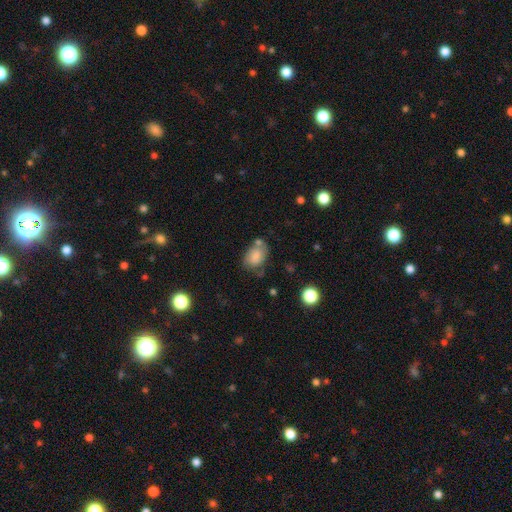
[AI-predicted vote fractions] Q: Smooth or featured?
A: smooth (74%); runner-up: featured or disk (17%)
Q: How rounded?
A: in between (76%); runner-up: round (23%)
Q: Merging?
A: none (47%); runner-up: minor disturbance (24%)